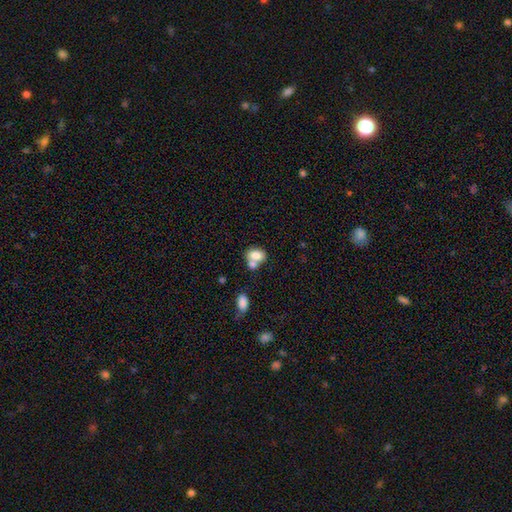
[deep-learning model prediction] Q: Smooth or featured?
A: smooth (78%); runner-up: featured or disk (13%)
Q: How rounded?
A: in between (72%); runner-up: round (27%)
Q: Merging?
A: merger (48%); runner-up: none (36%)